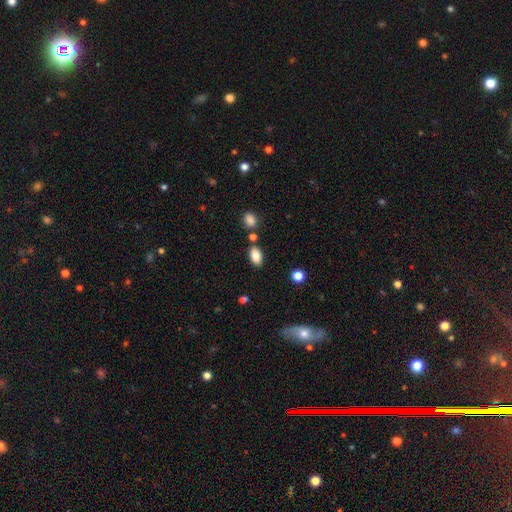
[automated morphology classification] Q: Smooth or featured?
A: smooth (85%); runner-up: star or artifact (8%)
Q: How rounded?
A: in between (91%); runner-up: round (6%)
Q: Merging?
A: none (80%); runner-up: minor disturbance (11%)